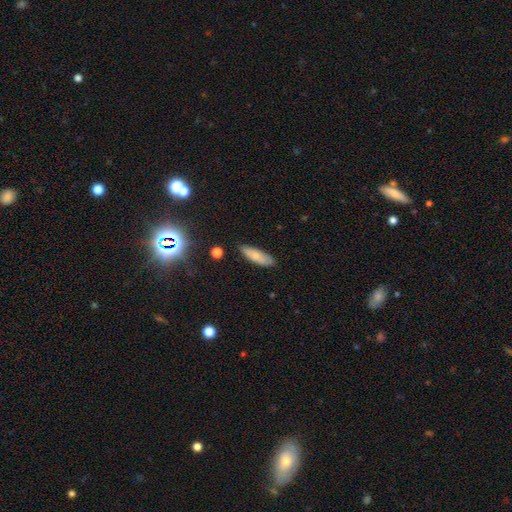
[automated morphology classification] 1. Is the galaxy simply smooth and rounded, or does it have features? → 76% smooth, 17% featured or disk, 7% star or artifact.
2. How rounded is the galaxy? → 54% in between, 44% cigar-shaped, 2% round.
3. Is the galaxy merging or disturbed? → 80% none, 15% minor disturbance, 3% major disturbance, 2% merger.